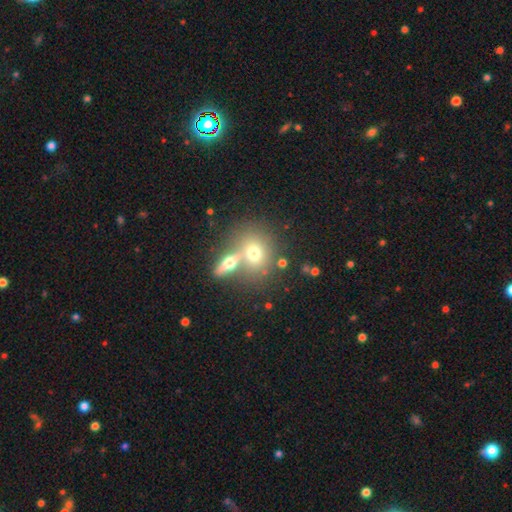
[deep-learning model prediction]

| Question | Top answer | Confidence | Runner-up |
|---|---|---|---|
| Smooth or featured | smooth | 61% | featured or disk (22%) |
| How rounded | round | 57% | in between (41%) |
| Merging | merger | 59% | none (32%) |